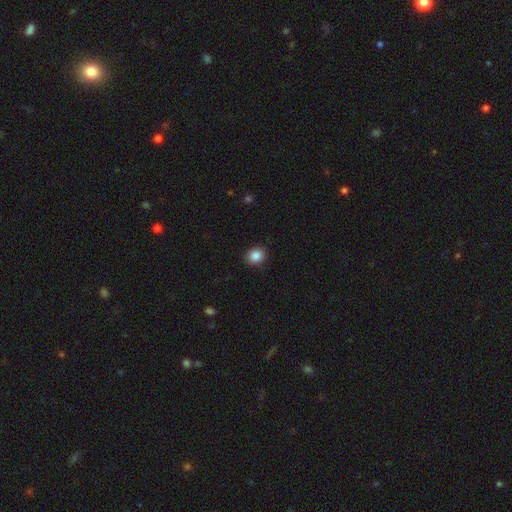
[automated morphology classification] Overall: smooth (87%). How rounded: round (75%). Merging: none (90%).